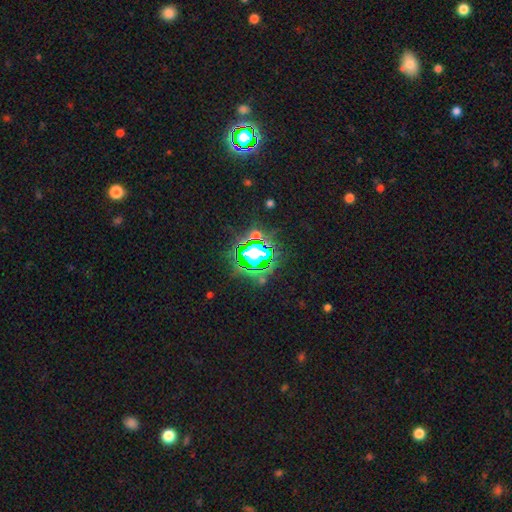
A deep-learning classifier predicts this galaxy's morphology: type=star or artifact (71%).